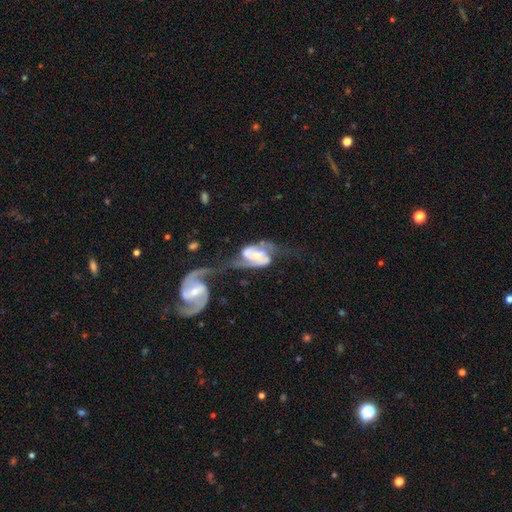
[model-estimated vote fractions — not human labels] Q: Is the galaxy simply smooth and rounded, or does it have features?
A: featured or disk — 84%.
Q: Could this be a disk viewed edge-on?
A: no — 96%.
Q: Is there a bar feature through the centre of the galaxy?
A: weak — 39%.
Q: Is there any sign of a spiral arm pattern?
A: yes — 92%.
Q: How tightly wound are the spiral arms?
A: medium — 42%.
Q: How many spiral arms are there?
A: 2 — 86%.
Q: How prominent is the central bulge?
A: small — 39%.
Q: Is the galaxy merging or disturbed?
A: merger — 50%.